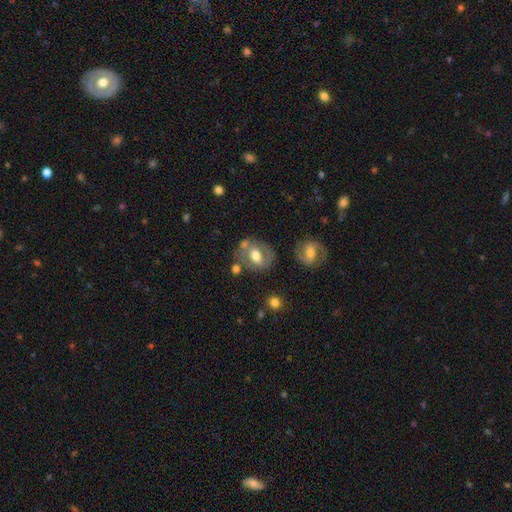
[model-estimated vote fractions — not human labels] The model was most divided on "smooth or featured": smooth: 49%, featured or disk: 43%, star or artifact: 8%. More confident: merging — none (60%).